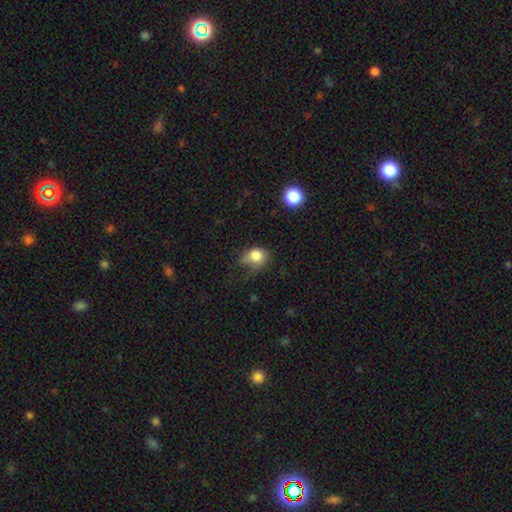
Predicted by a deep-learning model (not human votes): Morphology: type=smooth (81%); roundness=round (58%); merging=none (39%).